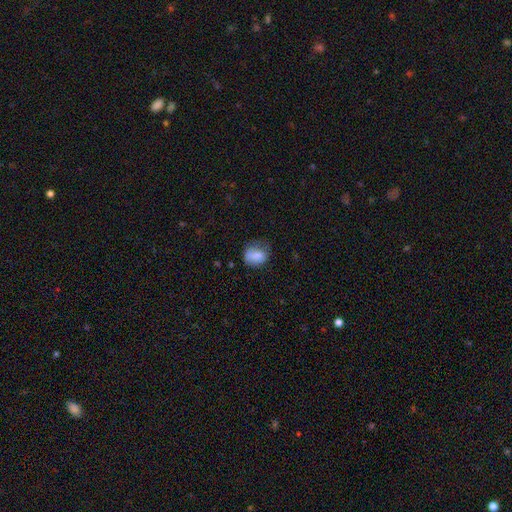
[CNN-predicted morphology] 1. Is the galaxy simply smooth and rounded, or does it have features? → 80% smooth, 12% featured or disk, 8% star or artifact.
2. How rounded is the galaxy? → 51% in between, 48% round, 1% cigar-shaped.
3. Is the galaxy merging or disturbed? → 53% none, 30% minor disturbance, 14% major disturbance, 3% merger.